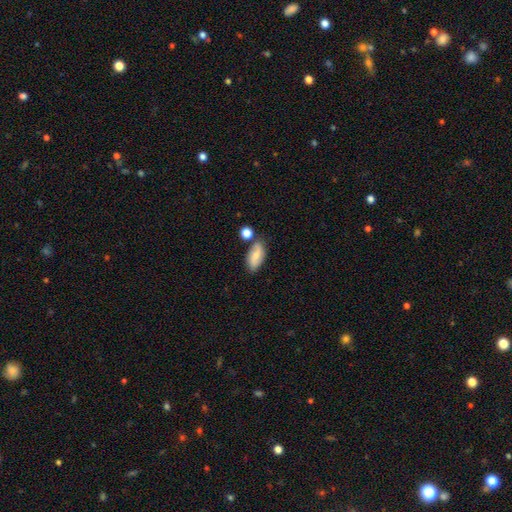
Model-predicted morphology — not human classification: smooth 58%, featured or disk 34%, star or artifact 8%. Down the decision tree: how rounded — in between (88%); merging — none (71%).